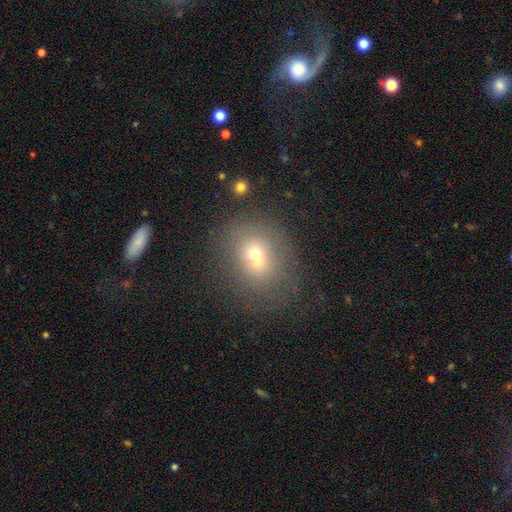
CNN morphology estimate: A smooth galaxy with no disk features (63%) that is round (60%).

Vote fractions:
- Smooth or featured? smooth: 63% / featured or disk: 21% / star or artifact: 16%
- How rounded? round: 60% / in between: 38% / cigar-shaped: 1%
- Merging? none: 67% / minor disturbance: 18% / major disturbance: 11% / merger: 5%